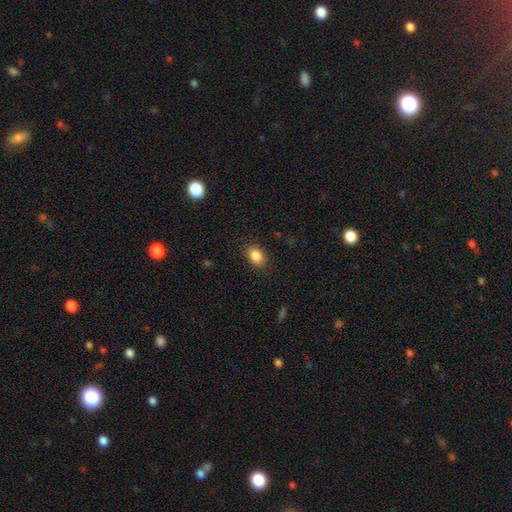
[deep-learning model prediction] This is clearly a smooth galaxy (86%). How rounded: likely in between (79%). Merging: clearly none (86%).